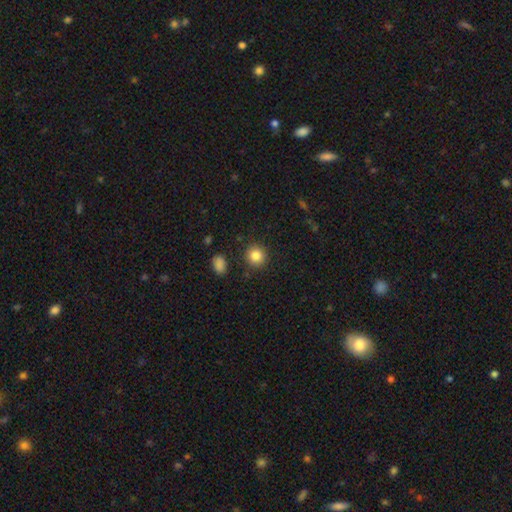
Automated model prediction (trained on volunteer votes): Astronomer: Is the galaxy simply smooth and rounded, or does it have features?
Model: smooth — 85%.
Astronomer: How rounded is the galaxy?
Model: round — 89%.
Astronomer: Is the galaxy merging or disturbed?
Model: none — 89%.